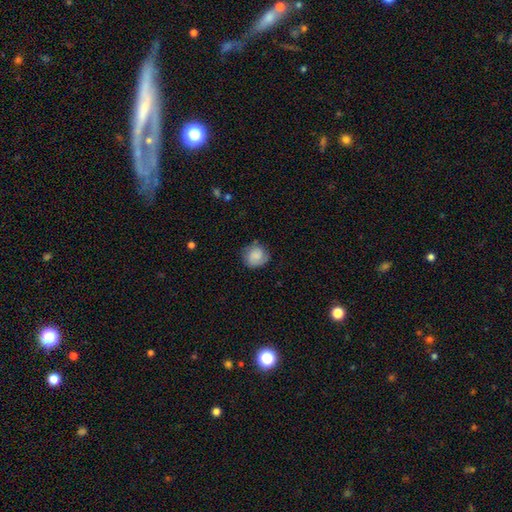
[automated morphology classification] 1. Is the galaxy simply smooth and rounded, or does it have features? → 70% smooth, 22% featured or disk, 8% star or artifact.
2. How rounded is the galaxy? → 83% round, 16% in between, 1% cigar-shaped.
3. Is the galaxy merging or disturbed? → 72% none, 20% minor disturbance, 6% major disturbance, 1% merger.